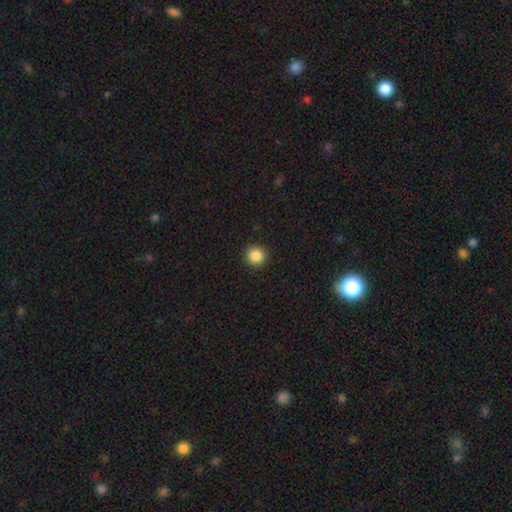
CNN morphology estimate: The model was most divided on "smooth or featured": smooth: 87%, star or artifact: 10%, featured or disk: 3%. More confident: how rounded — round (95%); merging — none (93%).